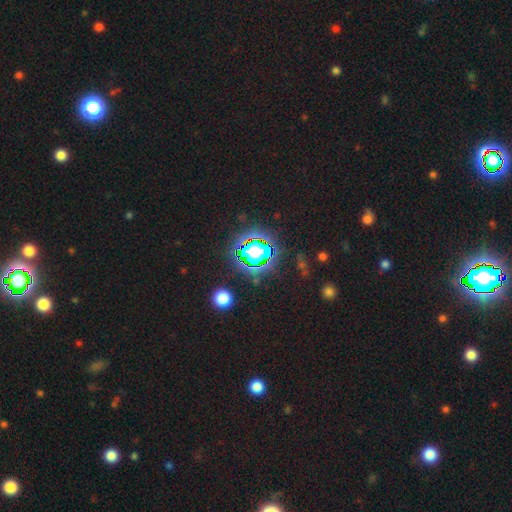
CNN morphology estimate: A star or artifact, not a galaxy (77%).

Vote fractions:
- Smooth or featured? star or artifact: 77% / smooth: 15% / featured or disk: 8%